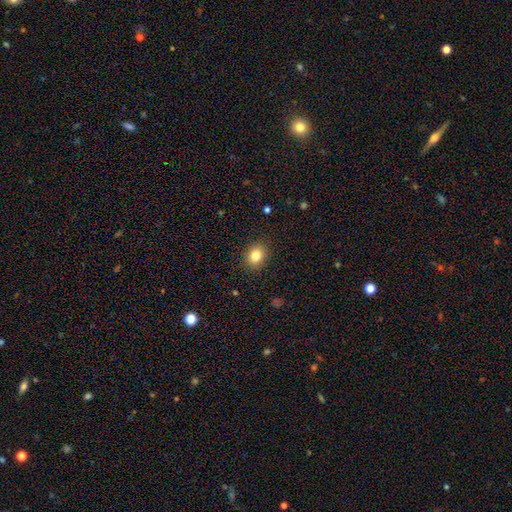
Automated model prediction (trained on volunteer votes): Morphology: type=smooth (83%); roundness=in between (50%); merging=none (89%).